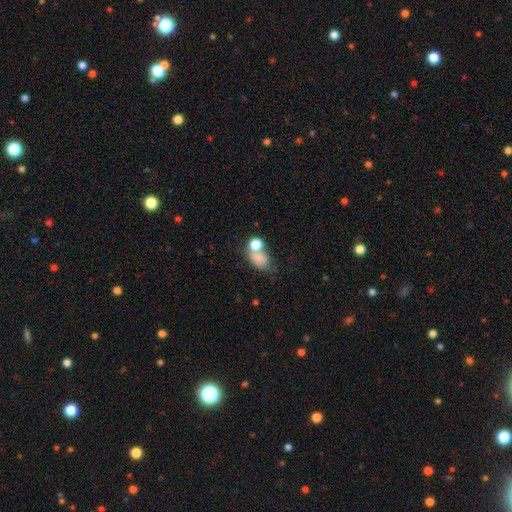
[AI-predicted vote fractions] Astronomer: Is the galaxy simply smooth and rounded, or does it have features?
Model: smooth — 71%.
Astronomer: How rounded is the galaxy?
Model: in between — 69%.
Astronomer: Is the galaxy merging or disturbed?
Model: merger — 37% (runner-up: none, 33%).